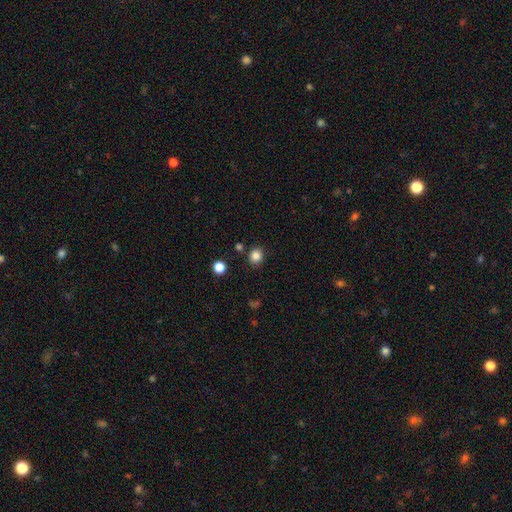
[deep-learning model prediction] This is clearly a smooth galaxy (84%). How rounded: likely round (79%). Merging: clearly none (84%).